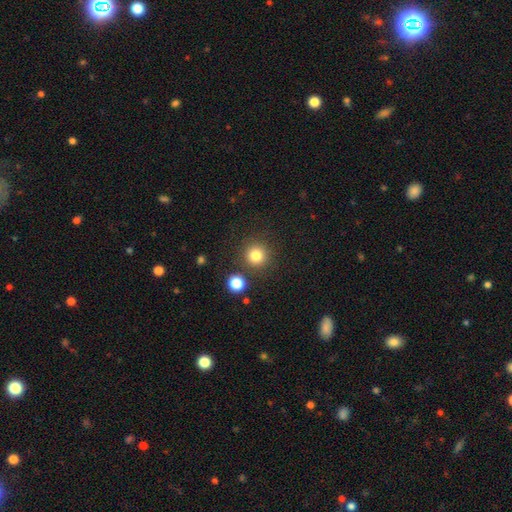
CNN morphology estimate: Smooth or featured?
  - smooth: 81% *
  - star or artifact: 13%
  - featured or disk: 6%
How rounded?
  - round: 94% *
  - in between: 5%
  - cigar-shaped: 1%
Merging?
  - none: 85% *
  - minor disturbance: 7%
  - merger: 5%
  - major disturbance: 3%